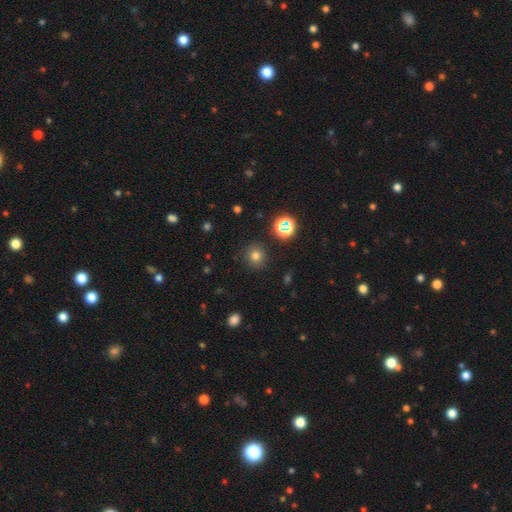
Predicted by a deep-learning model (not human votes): smooth-or-featured: smooth: 73% | star or artifact: 19% | featured or disk: 8%
  how-rounded: round: 88% | in between: 11% | cigar-shaped: 1%
  merging: none: 88% | minor disturbance: 7% | major disturbance: 3% | merger: 2%